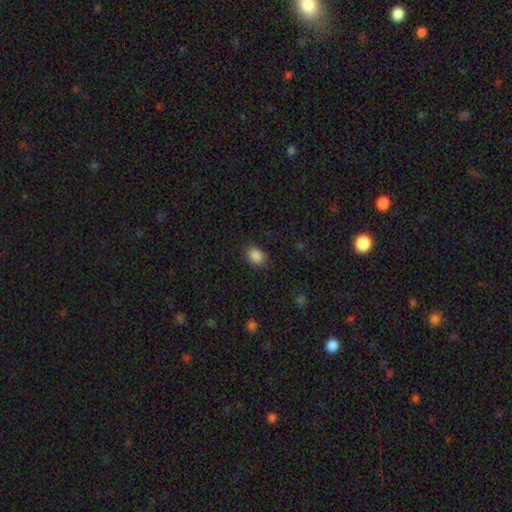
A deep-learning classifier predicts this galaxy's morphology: This appears to be a smooth galaxy with no disk features (87%) that is in between round and cigar-shaped (56%). Merging: none (85%).